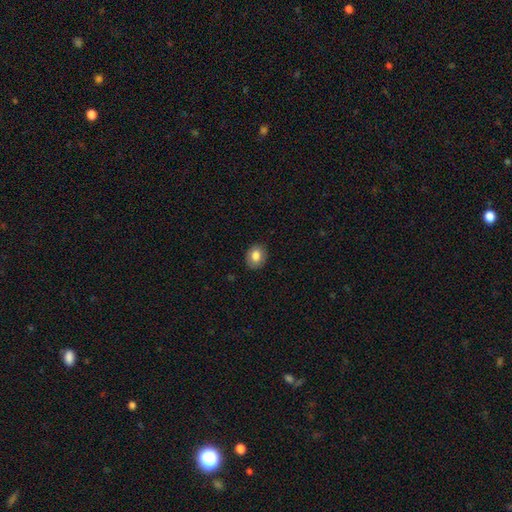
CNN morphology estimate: This is clearly a smooth galaxy (82%). How rounded: possibly round (53%). Merging: clearly none (88%).